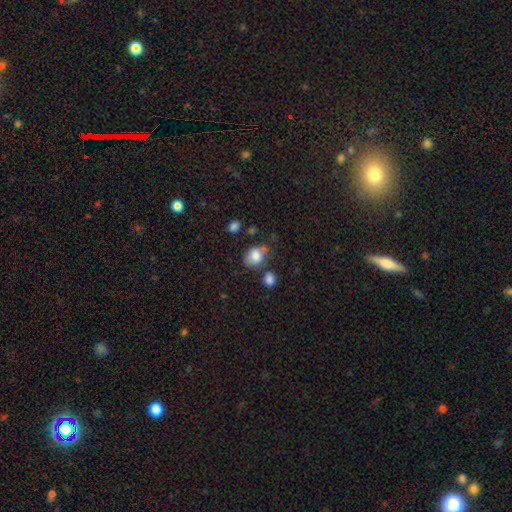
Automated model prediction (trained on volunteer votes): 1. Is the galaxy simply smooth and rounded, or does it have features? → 81% smooth, 10% star or artifact, 9% featured or disk.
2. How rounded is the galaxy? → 50% in between, 49% round, 1% cigar-shaped.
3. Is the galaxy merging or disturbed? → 57% none, 22% minor disturbance, 14% merger, 7% major disturbance.